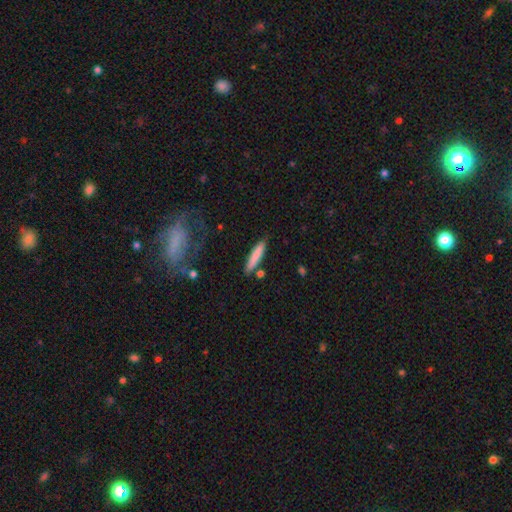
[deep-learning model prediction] This appears to be a smooth galaxy with no disk features (80%) that is cigar-shaped (88%). Merging: none (82%).